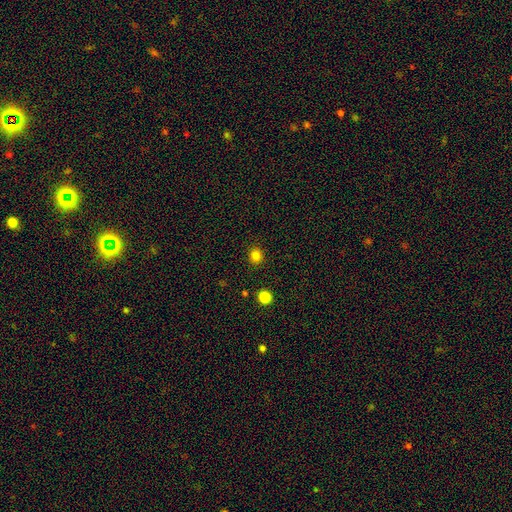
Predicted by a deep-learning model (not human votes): Q: Smooth or featured?
A: smooth (82%); runner-up: star or artifact (14%)
Q: How rounded?
A: round (85%); runner-up: in between (14%)
Q: Merging?
A: none (91%); runner-up: minor disturbance (6%)